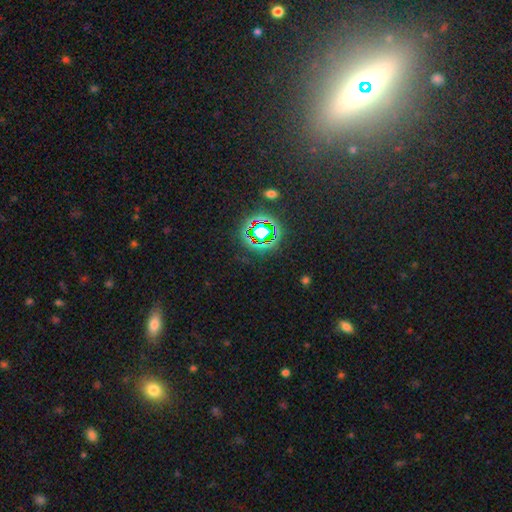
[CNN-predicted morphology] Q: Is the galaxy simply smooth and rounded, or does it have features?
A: star or artifact — 70%.